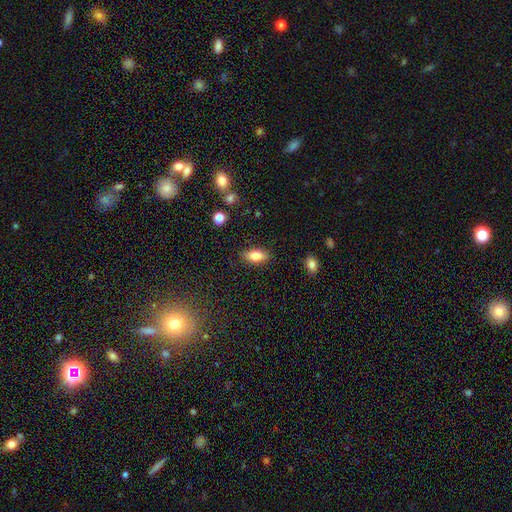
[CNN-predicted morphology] smooth 79%, featured or disk 13%, star or artifact 8%. Down the decision tree: how rounded — in between (83%); merging — none (85%).